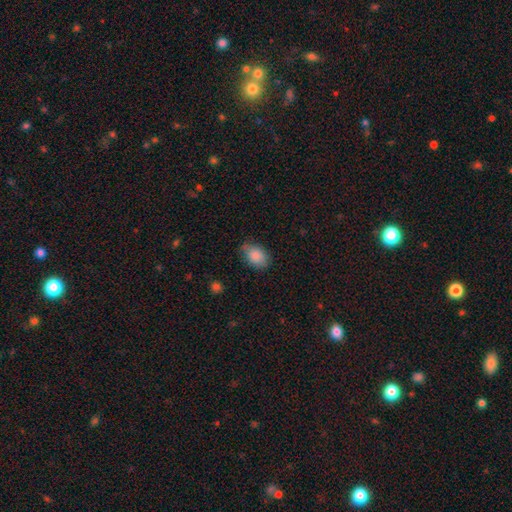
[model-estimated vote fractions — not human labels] This is clearly a smooth galaxy (87%). How rounded: clearly in between (86%). Merging: likely none (75%).